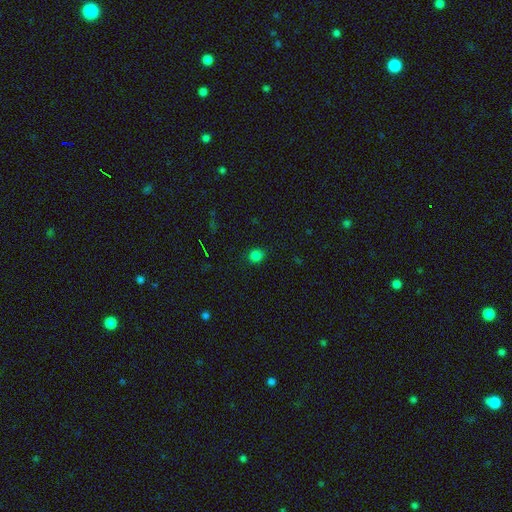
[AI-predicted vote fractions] Smooth or featured? smooth (79%)
How rounded? round (84%)
Merging? none (87%)